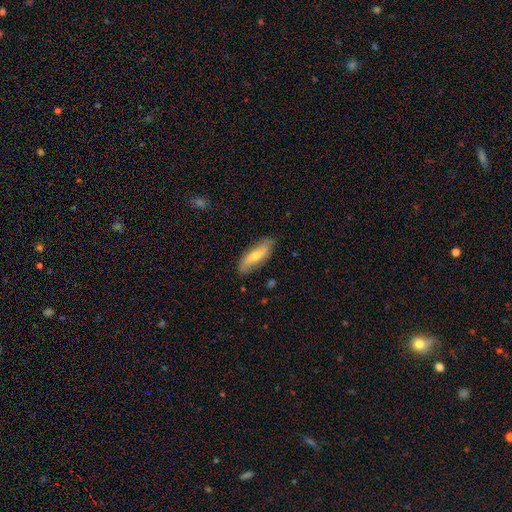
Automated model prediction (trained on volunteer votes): A smooth galaxy with no disk features (51%) that is in between round and cigar-shaped (61%). Merging: none (80%).